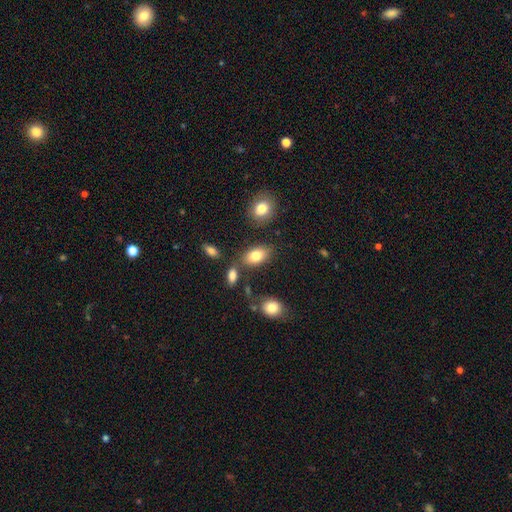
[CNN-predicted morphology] This is clearly a smooth galaxy (81%). How rounded: clearly in between (90%). Merging: likely none (73%).